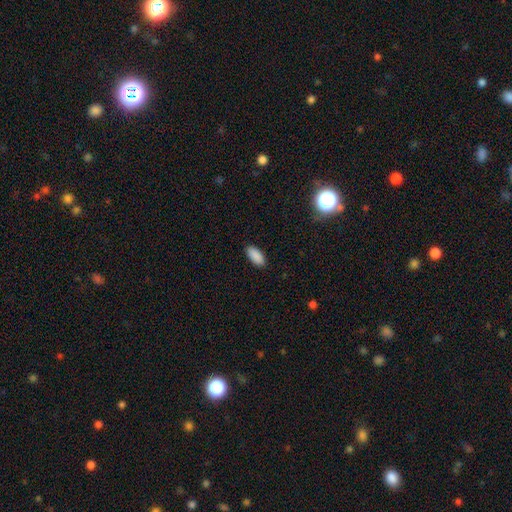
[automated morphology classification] This appears to be a smooth galaxy with no disk features (90%) that is in between round and cigar-shaped (88%). Merging: none (89%).